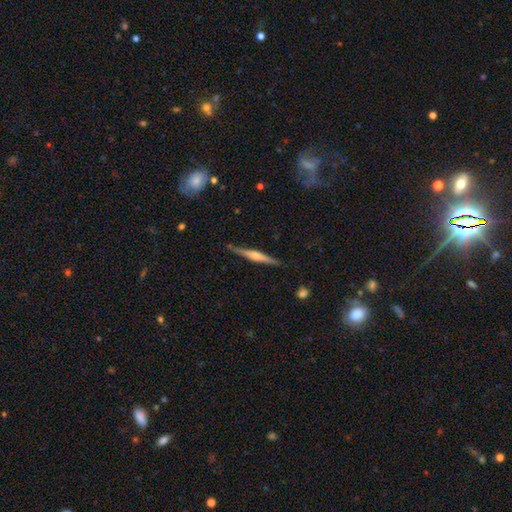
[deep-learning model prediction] Smooth or featured: featured or disk — 71% (smooth — 24%)
Edge-on disk: yes — 98% (no — 2%)
Edge-on bulge: rounded — 84% (boxy — 9%)
Merging: none — 87% (minor disturbance — 10%)